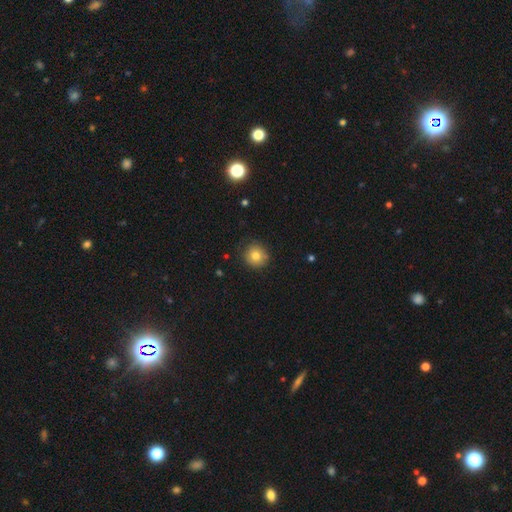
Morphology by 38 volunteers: type=smooth (79%); roundness=round (83%); merging=none (81%).